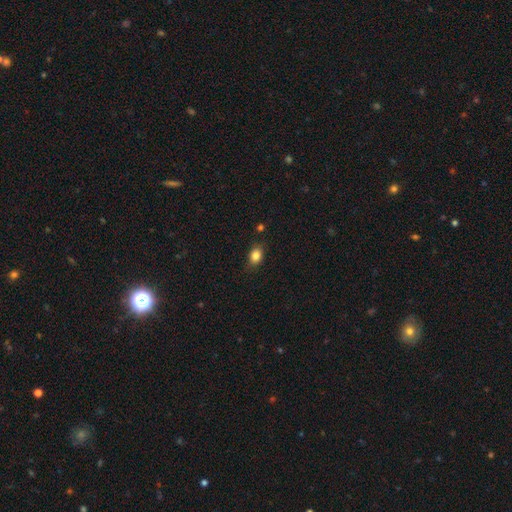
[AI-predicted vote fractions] Q: Smooth or featured?
A: smooth (84%); runner-up: star or artifact (9%)
Q: How rounded?
A: in between (71%); runner-up: round (28%)
Q: Merging?
A: none (81%); runner-up: minor disturbance (14%)